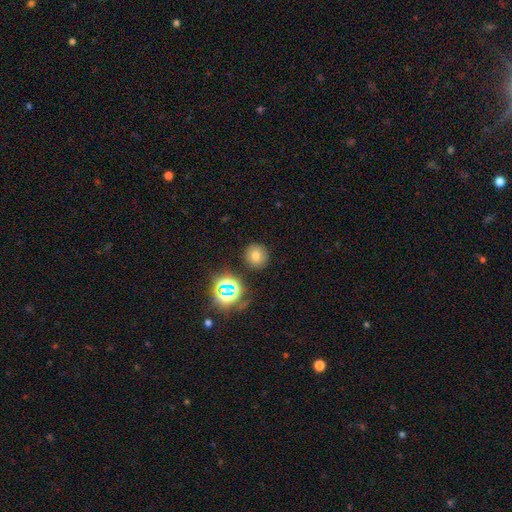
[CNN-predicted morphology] The model was most divided on "smooth or featured": smooth: 67%, star or artifact: 22%, featured or disk: 11%. More confident: how rounded — round (90%); merging — none (87%).